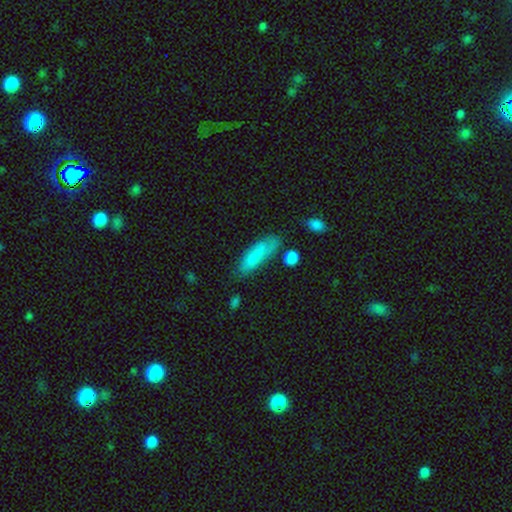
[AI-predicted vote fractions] The model was most divided on "how rounded": cigar-shaped: 58%, in between: 40%, round: 2%. More confident: smooth or featured — smooth (80%); merging — none (61%).